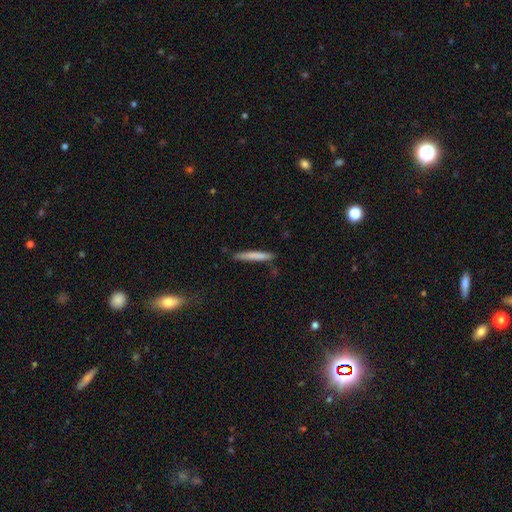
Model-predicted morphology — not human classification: smooth 75%, featured or disk 19%, star or artifact 6%. Down the decision tree: how rounded — cigar-shaped (95%); merging — none (80%).